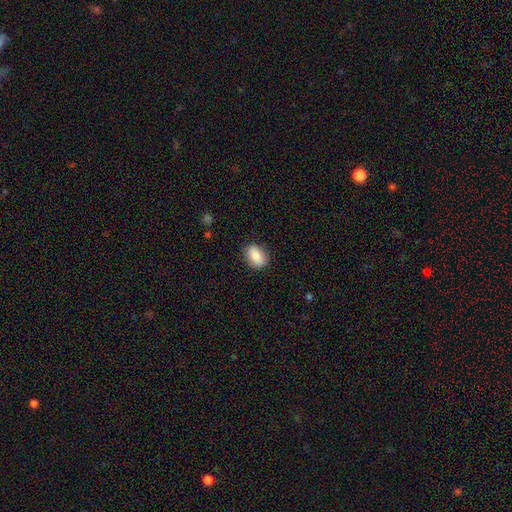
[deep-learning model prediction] This appears to be a smooth galaxy with no disk features (86%) that is in between round and cigar-shaped (80%). Merging: none (85%).